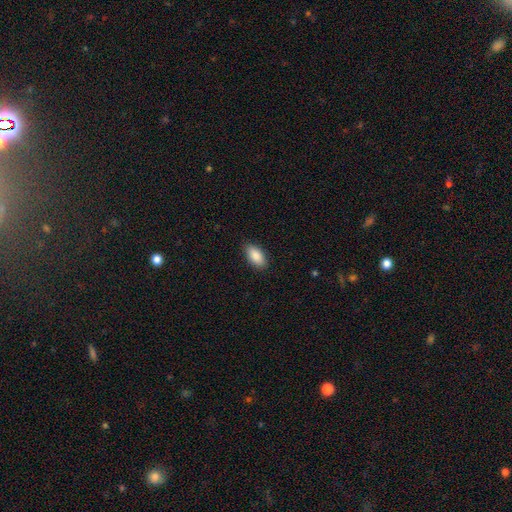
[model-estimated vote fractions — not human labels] smooth-or-featured: smooth: 89% | star or artifact: 6% | featured or disk: 5%
  how-rounded: in between: 93% | cigar-shaped: 5% | round: 3%
  merging: none: 87% | minor disturbance: 10% | major disturbance: 2% | merger: 1%